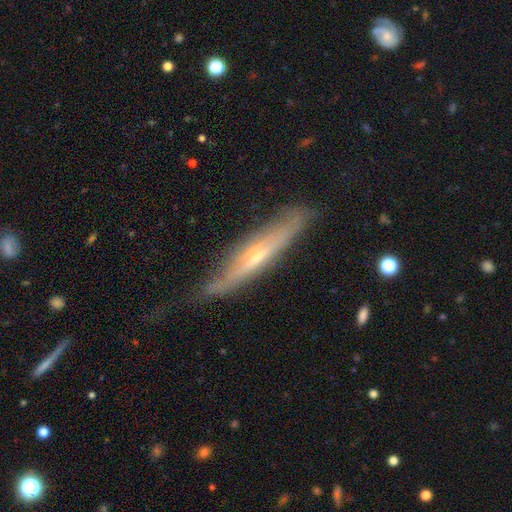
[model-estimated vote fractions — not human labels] Smooth or featured?
  - featured or disk: 65% *
  - smooth: 28%
  - star or artifact: 7%
Edge-on disk?
  - yes: 79% *
  - no: 21%
Edge-on bulge?
  - rounded: 70% *
  - none: 25%
  - boxy: 5%
Merging?
  - none: 60% *
  - minor disturbance: 30%
  - major disturbance: 9%
  - merger: 2%